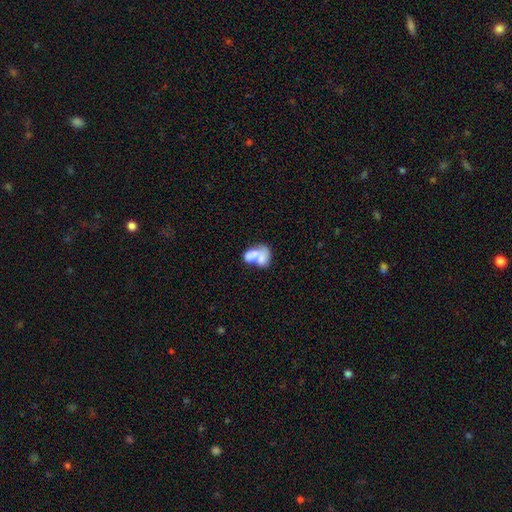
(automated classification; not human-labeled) A smooth galaxy with no disk features (63%) that is in between round and cigar-shaped (79%).

Vote fractions:
- Smooth or featured? smooth: 63% / featured or disk: 29% / star or artifact: 8%
- How rounded? in between: 79% / round: 19% / cigar-shaped: 2%
- Merging? merger: 73% / none: 13% / major disturbance: 7% / minor disturbance: 7%